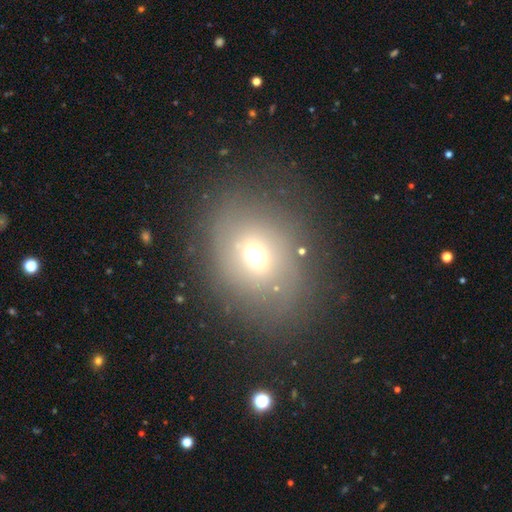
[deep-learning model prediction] Smooth or featured: smooth — 61% (featured or disk — 21%)
How rounded: round — 54% (in between — 45%)
Merging: none — 71% (minor disturbance — 16%)